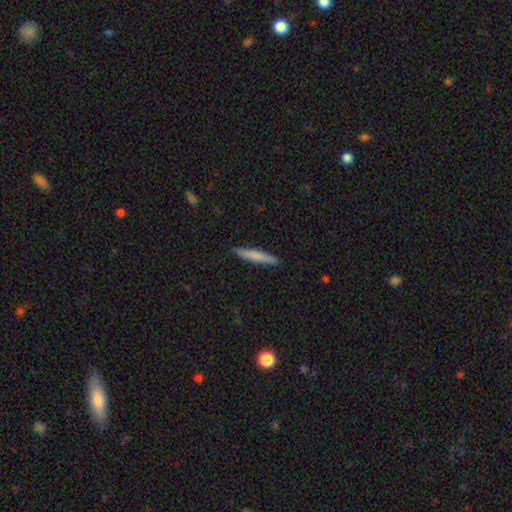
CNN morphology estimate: Smooth or featured: smooth — 72% (featured or disk — 22%)
How rounded: cigar-shaped — 94% (in between — 4%)
Merging: none — 90% (minor disturbance — 7%)